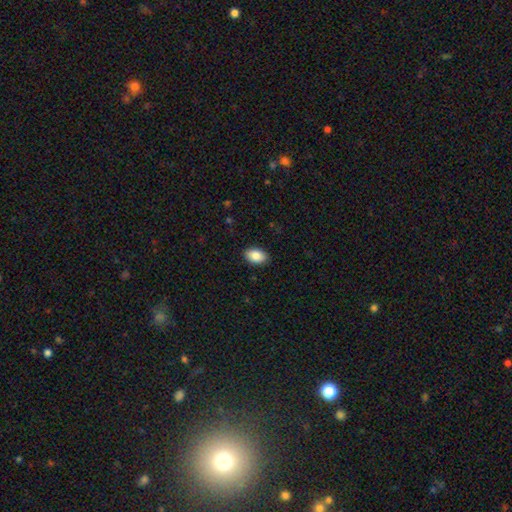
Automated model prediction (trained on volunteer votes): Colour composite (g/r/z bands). It shows a smooth galaxy with no disk features (88%) that is in between round and cigar-shaped (88%). Merging: none (89%).